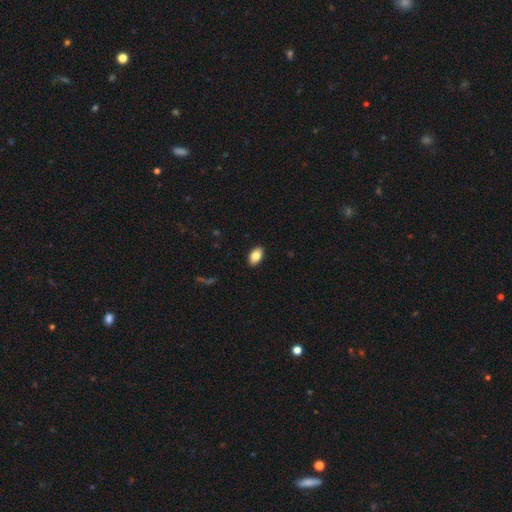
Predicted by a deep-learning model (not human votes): Overall: smooth (83%). How rounded: in between (92%). Merging: none (90%).